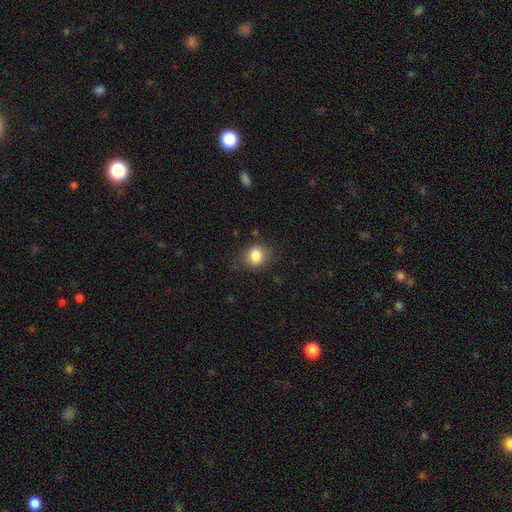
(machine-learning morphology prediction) smooth_or_featured: smooth (p=0.84) [alt: star or artifact p=0.10]
how_rounded: round (p=0.59) [alt: in between p=0.40]
merging: none (p=0.80) [alt: minor disturbance p=0.15]